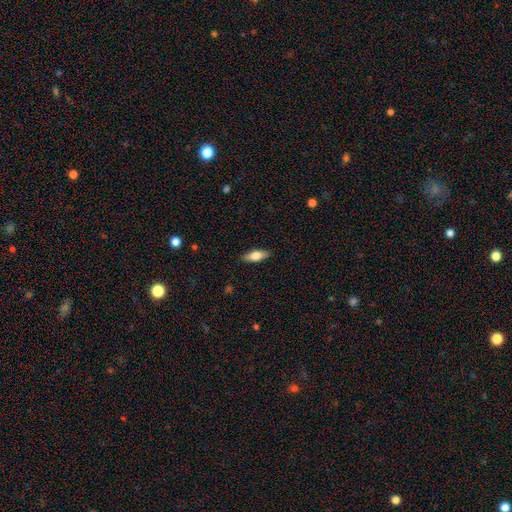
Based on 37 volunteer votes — This appears to be a smooth galaxy with no disk features (65%) that is in between round and cigar-shaped (54%). Merging: none (83%).